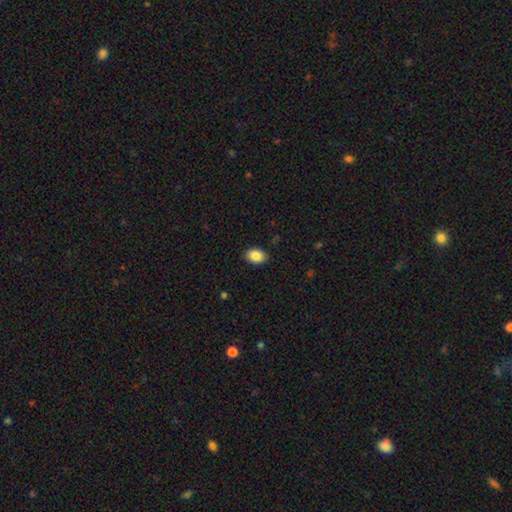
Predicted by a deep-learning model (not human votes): Overall: smooth (87%). How rounded: in between (83%). Merging: none (87%).